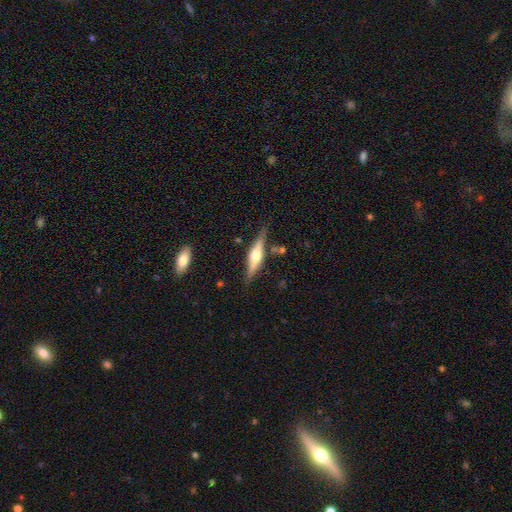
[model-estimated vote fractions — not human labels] Overall: featured or disk (67%; smooth 27%). Edge-on disk: yes (96%). Edge-on bulge: rounded (89%). Merging: none (80%).